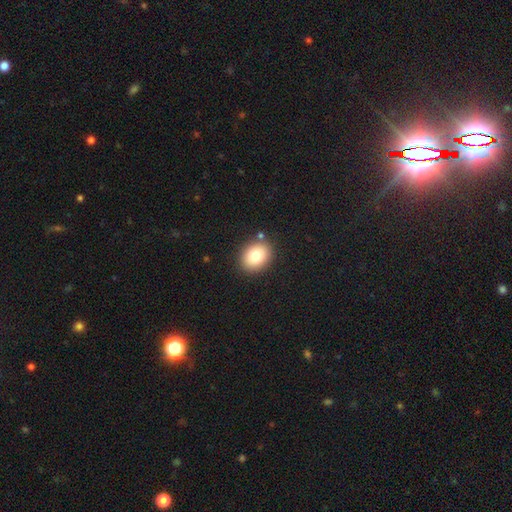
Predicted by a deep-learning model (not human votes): Smooth or featured? smooth (80%)
How rounded? in between (53%)
Merging? none (86%)